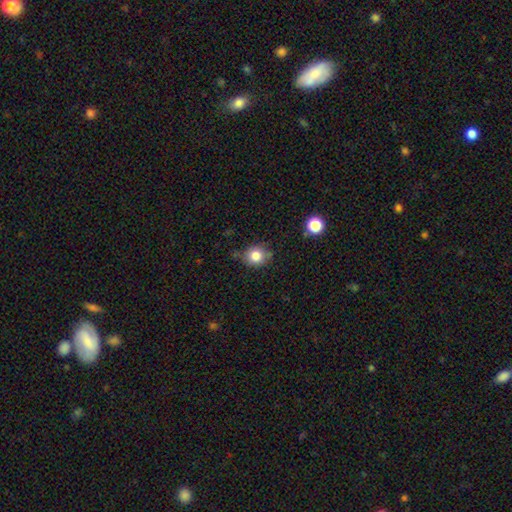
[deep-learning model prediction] This is clearly a smooth galaxy (81%). How rounded: likely round (80%). Merging: likely none (73%).